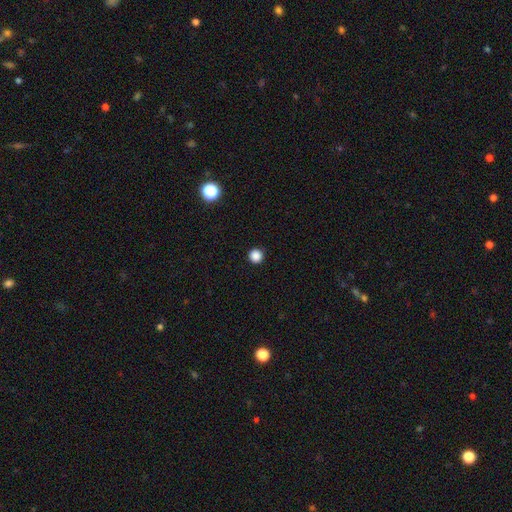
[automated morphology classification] smooth-or-featured: smooth: 87% | star or artifact: 11% | featured or disk: 2%
  how-rounded: round: 97% | in between: 2% | cigar-shaped: 1%
  merging: none: 94% | minor disturbance: 4% | major disturbance: 1% | merger: 1%